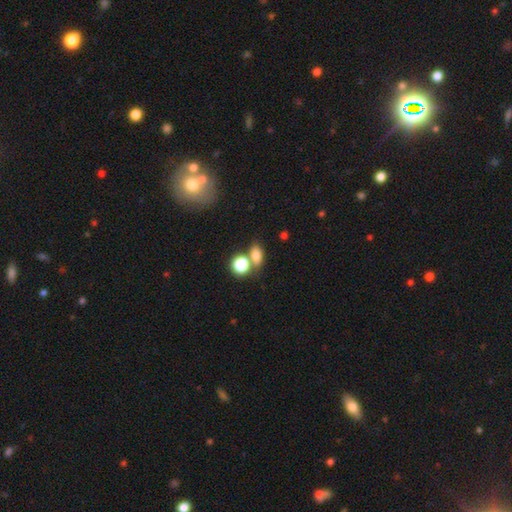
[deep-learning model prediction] Smooth or featured? smooth (76%)
How rounded? in between (67%)
Merging? none (54%)